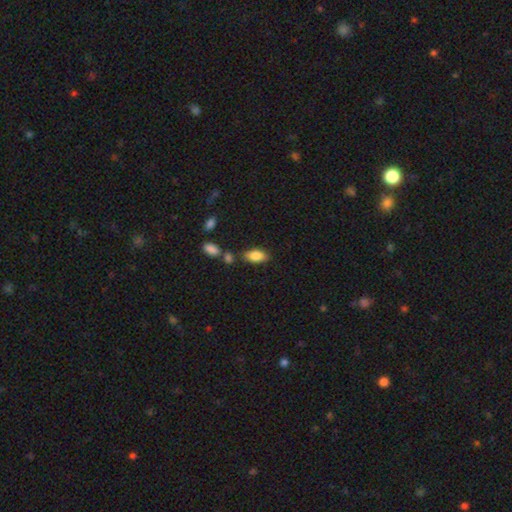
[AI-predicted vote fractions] This is clearly a smooth galaxy (84%). How rounded: clearly in between (90%). Merging: likely none (74%).